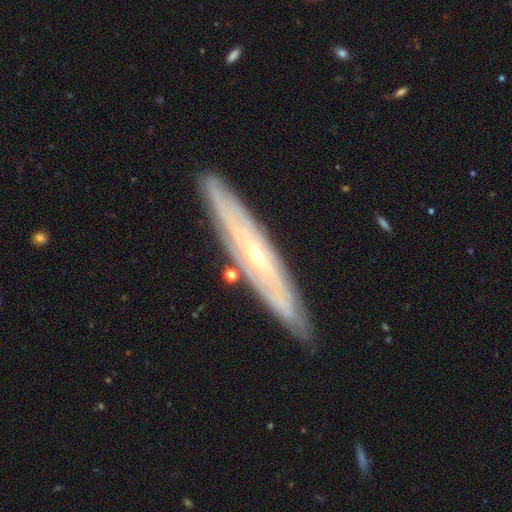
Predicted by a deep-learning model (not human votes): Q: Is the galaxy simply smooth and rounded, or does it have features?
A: featured or disk — 76%.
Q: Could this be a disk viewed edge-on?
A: yes — 62%.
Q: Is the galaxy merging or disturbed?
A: none — 86%.